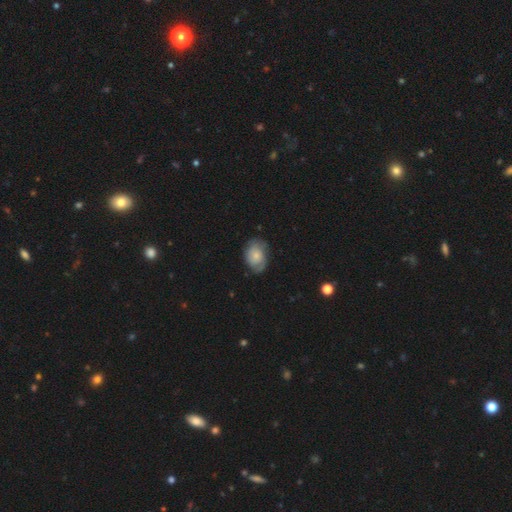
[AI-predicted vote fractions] Q: Smooth or featured?
A: smooth (47%); runner-up: featured or disk (46%)
Q: Merging?
A: none (64%); runner-up: minor disturbance (26%)